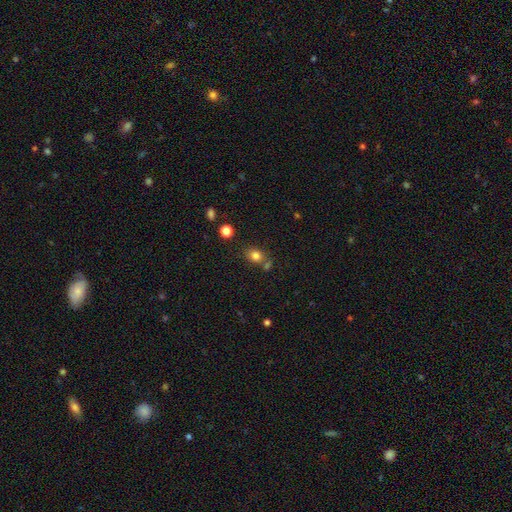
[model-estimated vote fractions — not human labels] This appears to be a smooth galaxy with no disk features (80%) that is round (55%). Merging: none (67%).